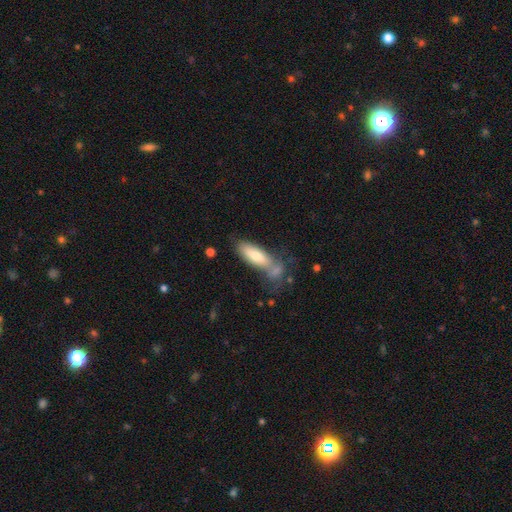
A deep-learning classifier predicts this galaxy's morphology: Smooth or featured? Predicted: smooth (p=0.71). How rounded? Predicted: in between (p=0.58). Merging? Predicted: none (p=0.43).